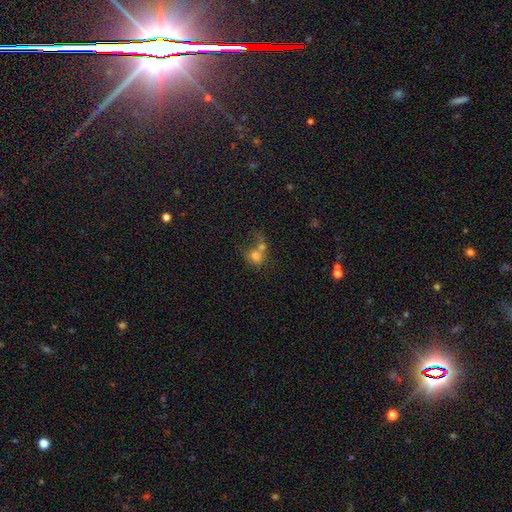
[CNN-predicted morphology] This appears to be a smooth galaxy with no disk features (70%) that is round (58%). Merging: merger (53%).